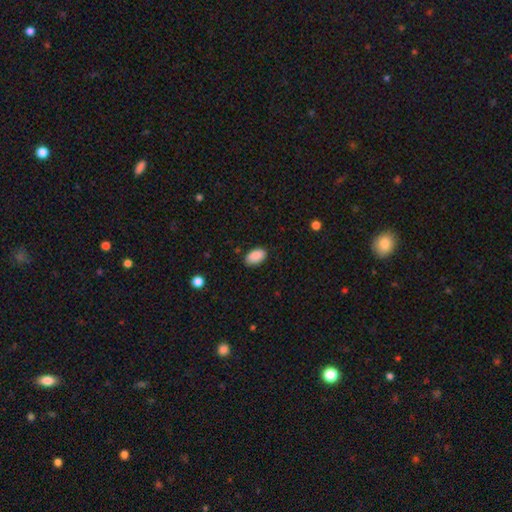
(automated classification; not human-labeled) The model was most divided on "merging": none: 83%, minor disturbance: 13%, major disturbance: 3%, merger: 1%. More confident: how rounded — in between (93%); smooth or featured — smooth (89%).